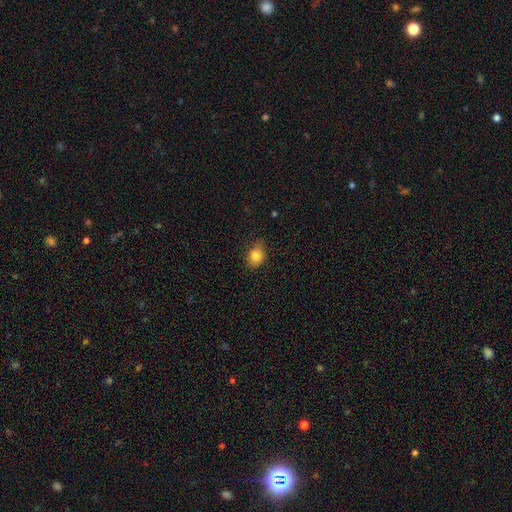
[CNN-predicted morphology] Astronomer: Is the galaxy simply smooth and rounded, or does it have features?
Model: smooth — 85%.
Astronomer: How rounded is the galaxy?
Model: in between — 57% (runner-up: round, 42%).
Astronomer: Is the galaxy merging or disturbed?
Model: none — 77%.